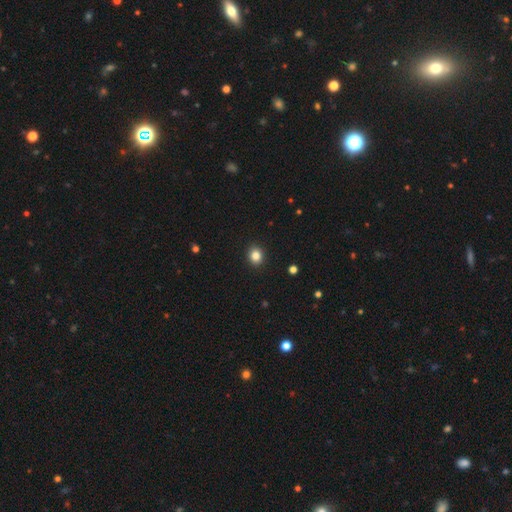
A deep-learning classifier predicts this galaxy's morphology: Smooth or featured?
  - smooth: 84% *
  - star or artifact: 11%
  - featured or disk: 5%
How rounded?
  - round: 73% *
  - in between: 26%
  - cigar-shaped: 1%
Merging?
  - none: 92% *
  - minor disturbance: 5%
  - major disturbance: 2%
  - merger: 1%